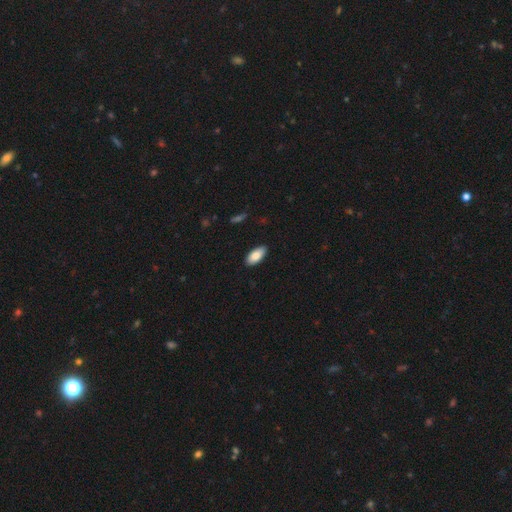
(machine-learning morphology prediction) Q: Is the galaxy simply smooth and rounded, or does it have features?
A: smooth — 84%.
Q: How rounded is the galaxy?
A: in between — 92%.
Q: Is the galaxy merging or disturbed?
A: none — 90%.